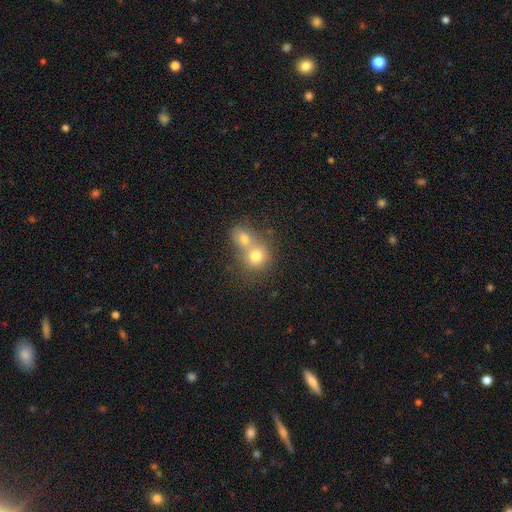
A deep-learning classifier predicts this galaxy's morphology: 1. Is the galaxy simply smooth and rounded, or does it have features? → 73% smooth, 15% featured or disk, 12% star or artifact.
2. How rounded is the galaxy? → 75% round, 24% in between, 1% cigar-shaped.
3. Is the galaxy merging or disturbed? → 65% merger, 27% none, 6% minor disturbance, 3% major disturbance.